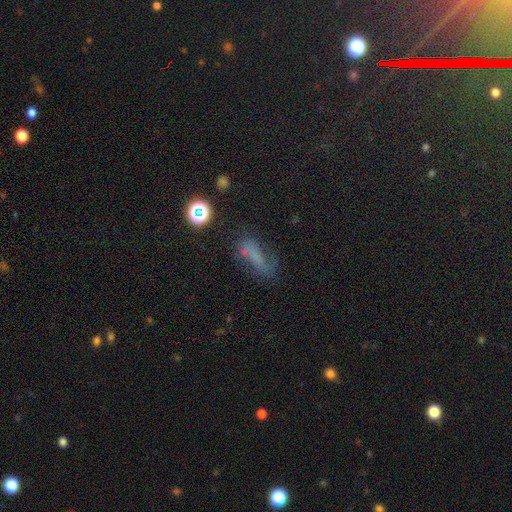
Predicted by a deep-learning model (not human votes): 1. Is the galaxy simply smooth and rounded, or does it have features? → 49% smooth, 28% star or artifact, 24% featured or disk.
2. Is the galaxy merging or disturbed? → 49% none, 25% minor disturbance, 20% major disturbance, 7% merger.